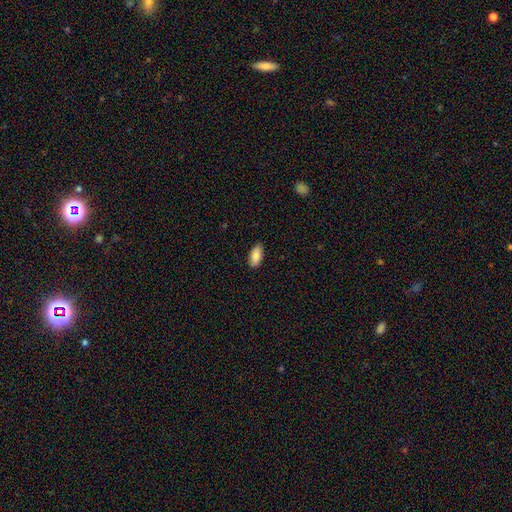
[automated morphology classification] type=smooth (85%); roundness=in between (89%); merging=none (88%).